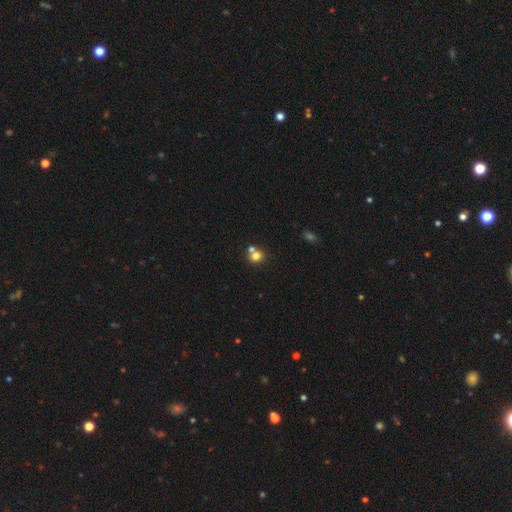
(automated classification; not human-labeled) smooth-or-featured: smooth: 75% | star or artifact: 13% | featured or disk: 11%
  how-rounded: round: 83% | in between: 16% | cigar-shaped: 1%
  merging: none: 50% | merger: 40% | minor disturbance: 7% | major disturbance: 3%